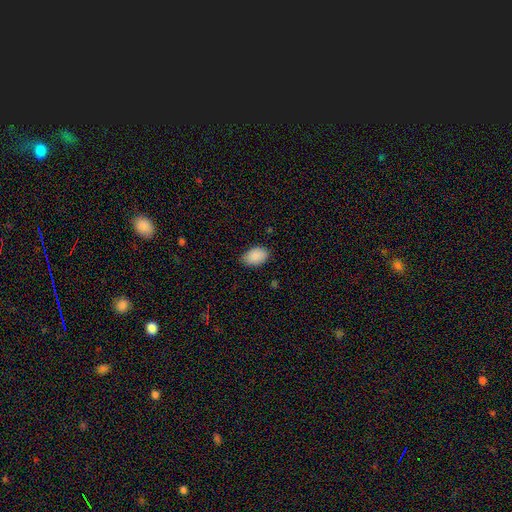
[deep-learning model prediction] Smooth or featured? Predicted: smooth (p=0.90). How rounded? Predicted: in between (p=0.88). Merging? Predicted: none (p=0.77).